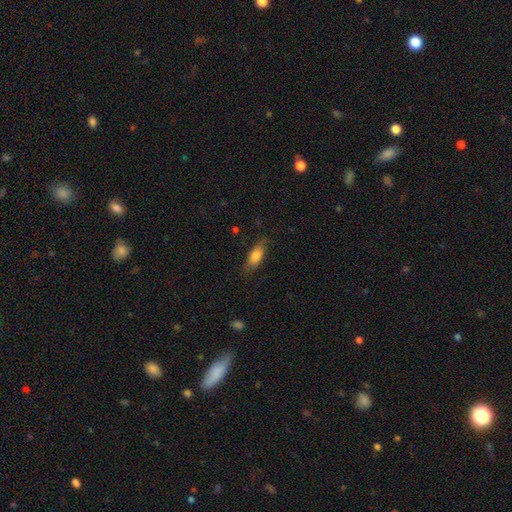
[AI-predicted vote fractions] The model was most divided on "how rounded": in between: 74%, cigar-shaped: 23%, round: 3%. More confident: smooth or featured — smooth (78%); merging — none (76%).